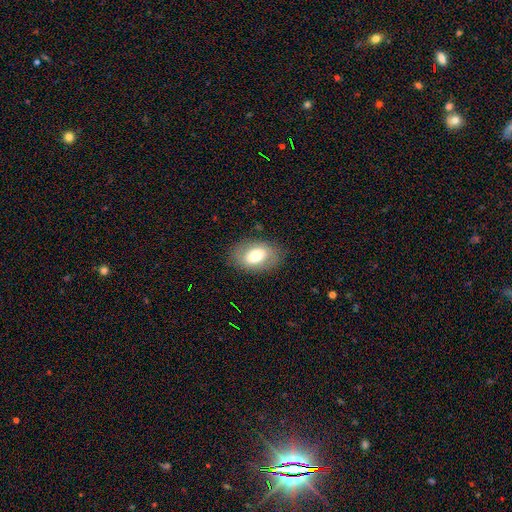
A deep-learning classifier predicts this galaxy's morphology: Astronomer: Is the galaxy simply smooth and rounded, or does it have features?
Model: smooth — 63%.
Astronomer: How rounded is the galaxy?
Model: in between — 84%.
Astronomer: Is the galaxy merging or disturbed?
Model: none — 81%.